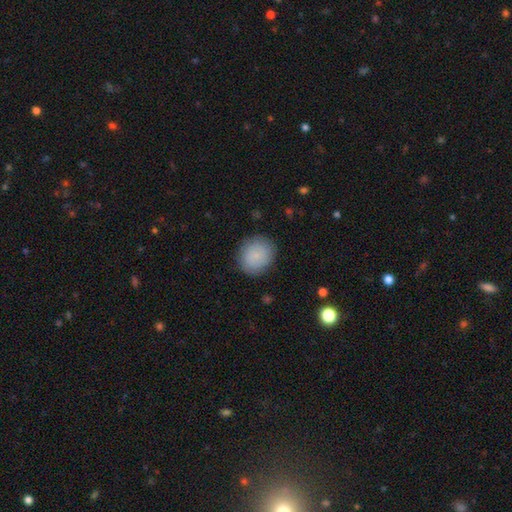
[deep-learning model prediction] Smooth or featured: smooth — 85% (featured or disk — 8%)
How rounded: round — 80% (in between — 19%)
Merging: none — 86% (minor disturbance — 10%)